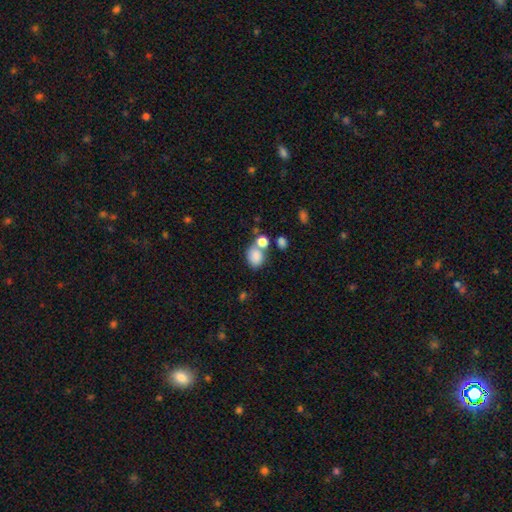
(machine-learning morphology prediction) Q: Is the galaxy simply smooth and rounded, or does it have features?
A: smooth — 82%.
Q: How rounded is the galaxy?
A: in between — 55%.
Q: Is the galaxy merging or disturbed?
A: none — 46%.